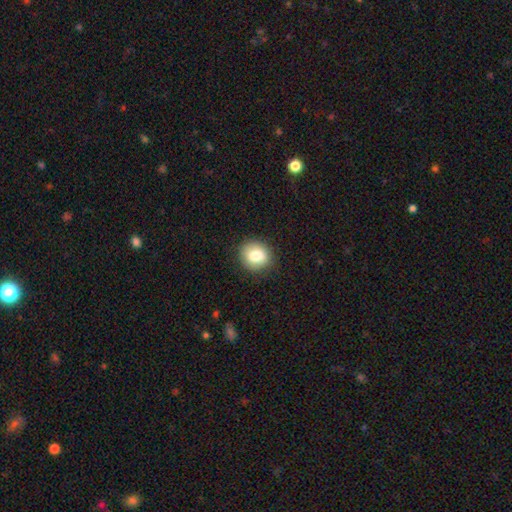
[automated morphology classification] Q: Smooth or featured?
A: smooth (81%); runner-up: featured or disk (10%)
Q: How rounded?
A: round (70%); runner-up: in between (29%)
Q: Merging?
A: none (86%); runner-up: minor disturbance (10%)